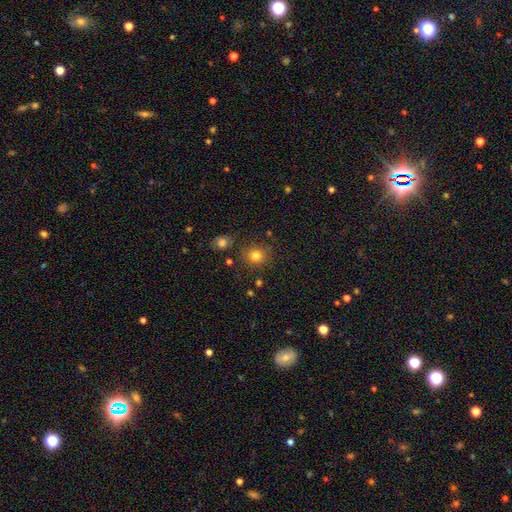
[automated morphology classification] smooth-or-featured: smooth: 79% | star or artifact: 14% | featured or disk: 7%
  how-rounded: round: 86% | in between: 13% | cigar-shaped: 1%
  merging: none: 82% | minor disturbance: 11% | merger: 4% | major disturbance: 3%